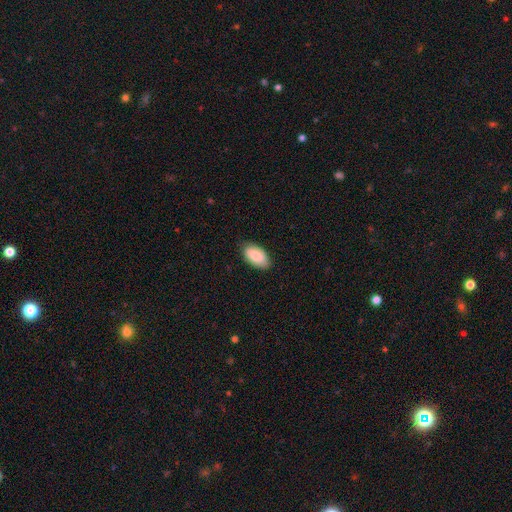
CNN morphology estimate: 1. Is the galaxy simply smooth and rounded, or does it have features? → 87% smooth, 7% featured or disk, 6% star or artifact.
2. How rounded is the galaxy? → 95% in between, 3% round, 2% cigar-shaped.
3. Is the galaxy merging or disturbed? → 84% none, 13% minor disturbance, 2% major disturbance, 1% merger.